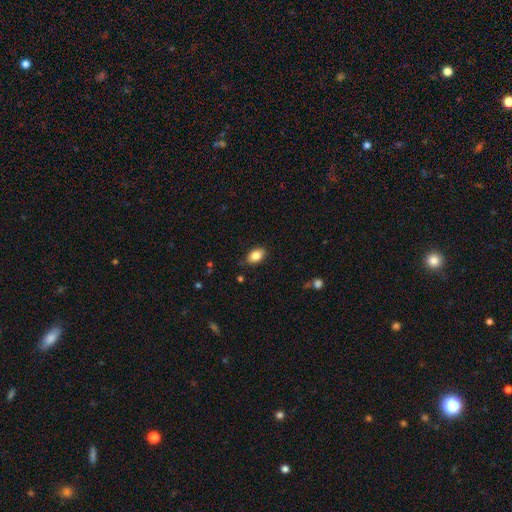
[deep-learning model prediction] The model was most divided on "merging": none: 84%, minor disturbance: 12%, major disturbance: 2%, merger: 1%. More confident: how rounded — in between (88%); smooth or featured — smooth (83%).